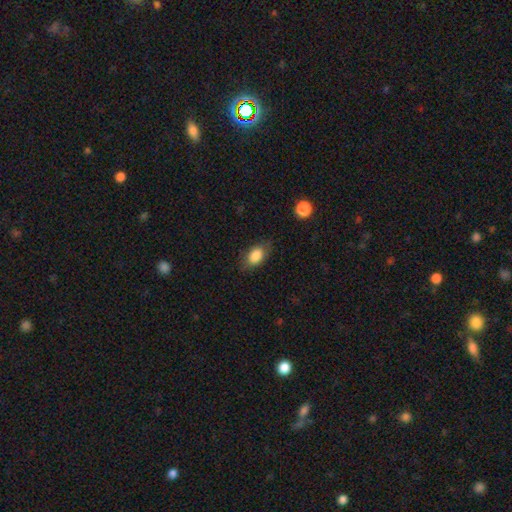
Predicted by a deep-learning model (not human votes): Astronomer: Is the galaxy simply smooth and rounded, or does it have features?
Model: smooth — 83%.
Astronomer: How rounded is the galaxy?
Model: in between — 87%.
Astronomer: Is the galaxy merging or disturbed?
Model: none — 77%.